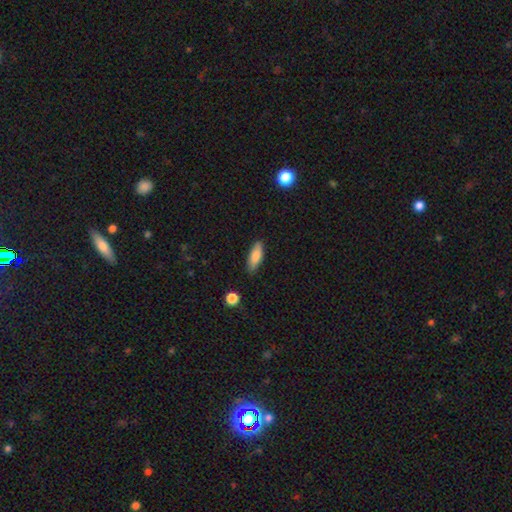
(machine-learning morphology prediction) type=smooth (81%); roundness=in between (57%); merging=none (85%).